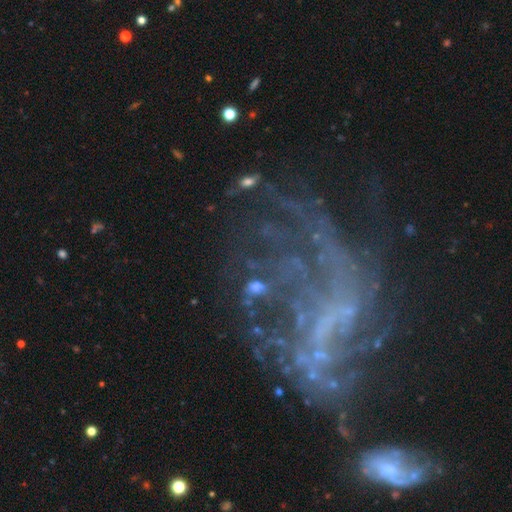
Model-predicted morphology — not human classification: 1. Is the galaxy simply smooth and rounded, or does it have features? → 74% featured or disk, 18% star or artifact, 8% smooth.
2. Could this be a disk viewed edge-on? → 97% no, 3% yes.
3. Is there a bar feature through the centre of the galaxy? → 53% no, 32% weak, 15% strong.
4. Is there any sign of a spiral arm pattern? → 67% yes, 33% no.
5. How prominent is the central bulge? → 69% none, 20% small, 8% moderate, 2% large, 1% dominant.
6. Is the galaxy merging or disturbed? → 43% none, 35% major disturbance, 16% minor disturbance, 6% merger.